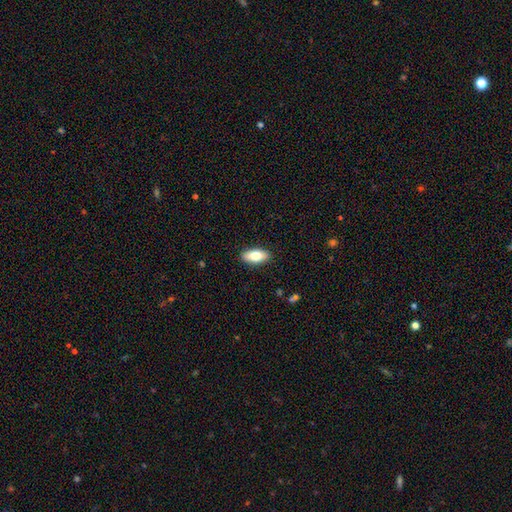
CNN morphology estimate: Smooth or featured: smooth — 77% (featured or disk — 16%)
How rounded: in between — 85% (cigar-shaped — 12%)
Merging: none — 89% (minor disturbance — 8%)